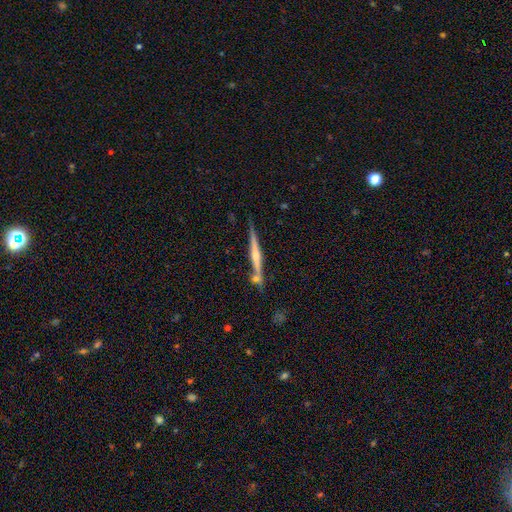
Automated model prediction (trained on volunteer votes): A featured or disk galaxy (72%) viewed edge-on (98%) with a rounded central bulge (75%). Merging: none (74%).